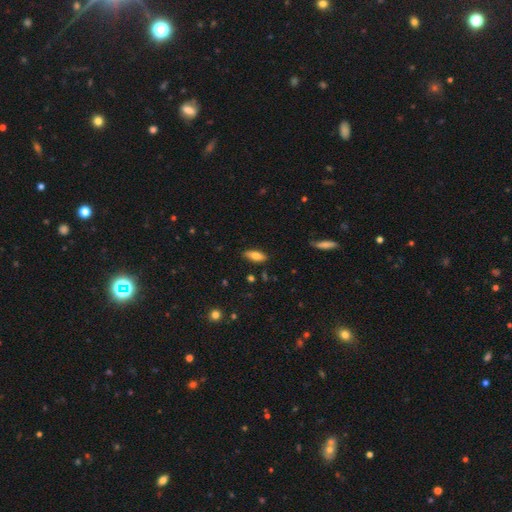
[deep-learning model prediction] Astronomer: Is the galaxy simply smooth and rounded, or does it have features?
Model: smooth — 77%.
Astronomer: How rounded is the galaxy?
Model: in between — 75%.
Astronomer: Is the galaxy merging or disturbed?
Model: none — 84%.